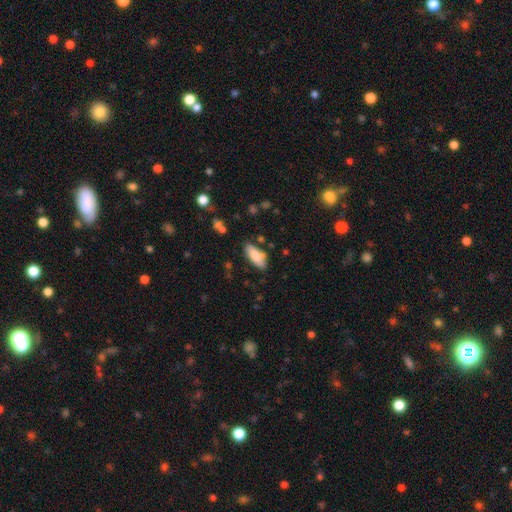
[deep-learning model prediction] smooth 80%, featured or disk 14%, star or artifact 7%. Down the decision tree: how rounded — in between (76%); merging — none (74%).